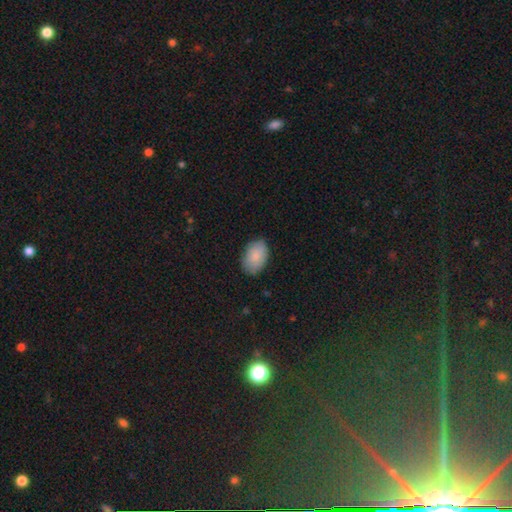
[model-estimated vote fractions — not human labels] Q: Smooth or featured?
A: smooth (88%); runner-up: featured or disk (6%)
Q: How rounded?
A: in between (91%); runner-up: round (8%)
Q: Merging?
A: none (82%); runner-up: minor disturbance (14%)